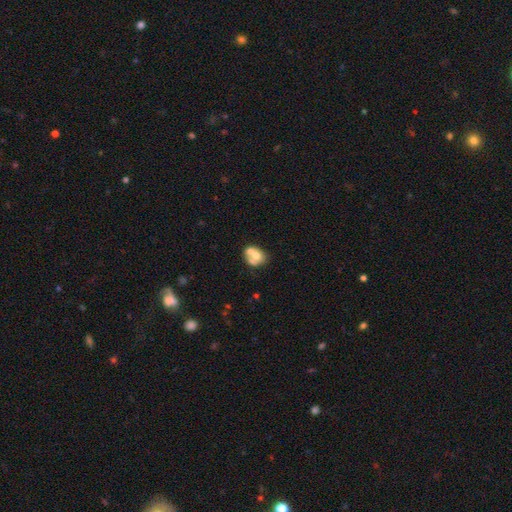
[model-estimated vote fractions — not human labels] This is possibly a smooth galaxy (56%). How rounded: possibly round (57%). Merging: possibly merger (56%).